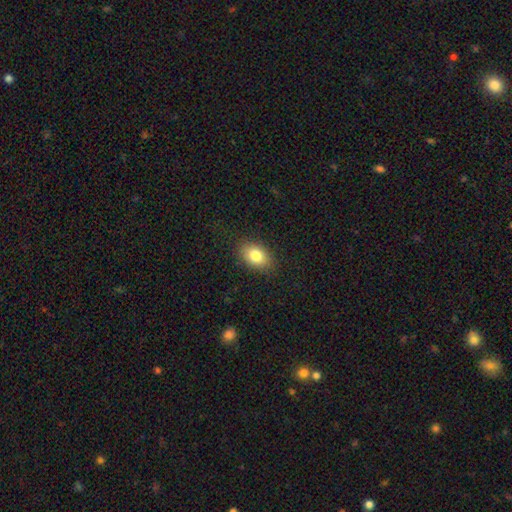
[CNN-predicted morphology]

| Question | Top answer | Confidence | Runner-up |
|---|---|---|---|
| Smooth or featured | smooth | 82% | featured or disk (9%) |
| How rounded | in between | 81% | round (18%) |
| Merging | none | 87% | minor disturbance (10%) |